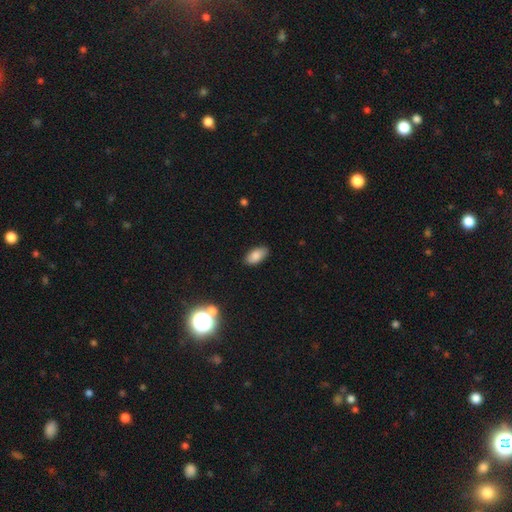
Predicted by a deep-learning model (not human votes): Morphology: type=smooth (84%); roundness=in between (94%); merging=none (86%).